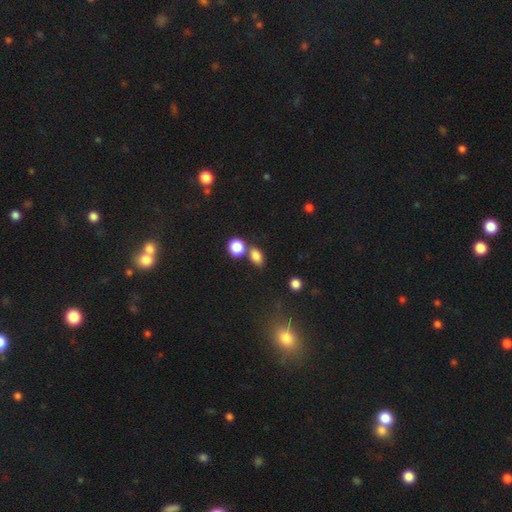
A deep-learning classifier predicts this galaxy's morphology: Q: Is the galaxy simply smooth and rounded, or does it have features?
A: smooth — 82%.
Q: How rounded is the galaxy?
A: in between — 76%.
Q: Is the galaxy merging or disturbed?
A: none — 58%.